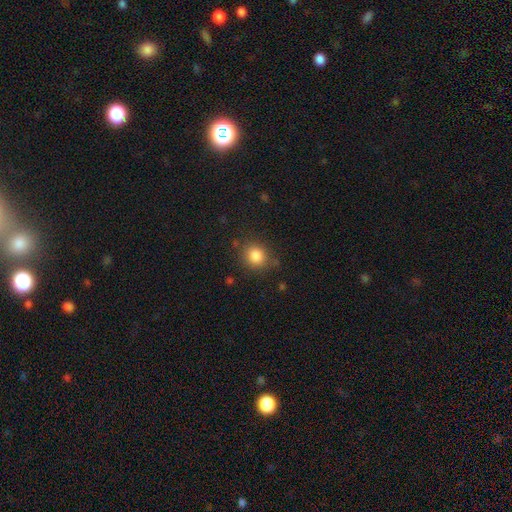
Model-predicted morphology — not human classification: smooth 84%, star or artifact 11%, featured or disk 5%. Down the decision tree: how rounded — round (79%); merging — none (81%).